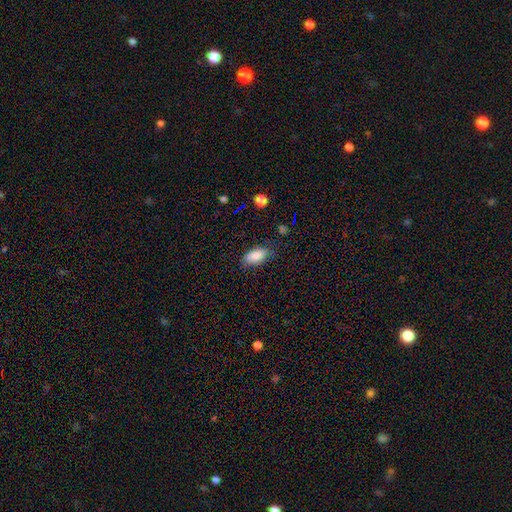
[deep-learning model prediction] smooth-or-featured: smooth: 87% | star or artifact: 8% | featured or disk: 6%
  how-rounded: in between: 92% | cigar-shaped: 5% | round: 3%
  merging: none: 75% | minor disturbance: 19% | major disturbance: 4% | merger: 2%